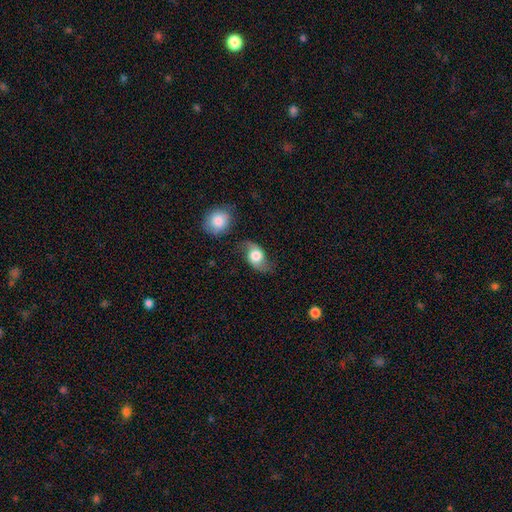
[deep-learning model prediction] smooth-or-featured: smooth: 51% | featured or disk: 41% | star or artifact: 8%
  how-rounded: in between: 74% | round: 23% | cigar-shaped: 3%
  merging: none: 60% | minor disturbance: 24% | major disturbance: 11% | merger: 5%